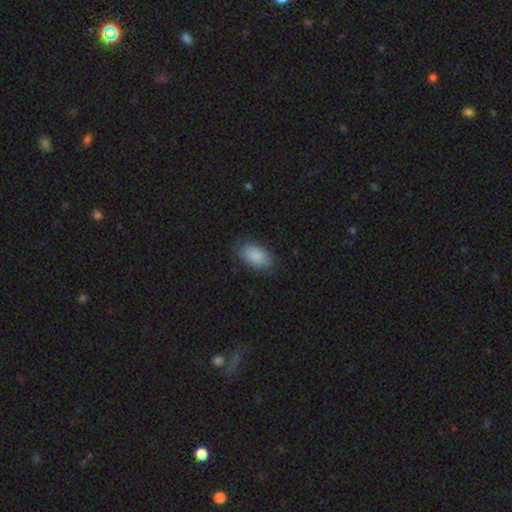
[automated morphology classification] Smooth or featured: smooth — 88% (star or artifact — 6%)
How rounded: in between — 93% (round — 5%)
Merging: none — 84% (minor disturbance — 12%)